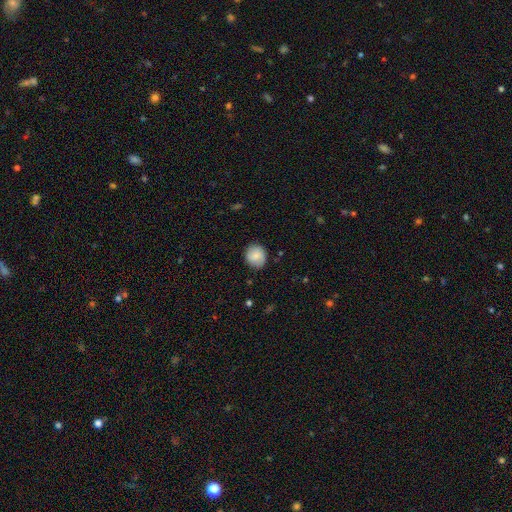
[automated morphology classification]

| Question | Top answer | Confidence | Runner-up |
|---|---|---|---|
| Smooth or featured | smooth | 83% | featured or disk (10%) |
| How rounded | round | 85% | in between (14%) |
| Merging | none | 84% | minor disturbance (12%) |